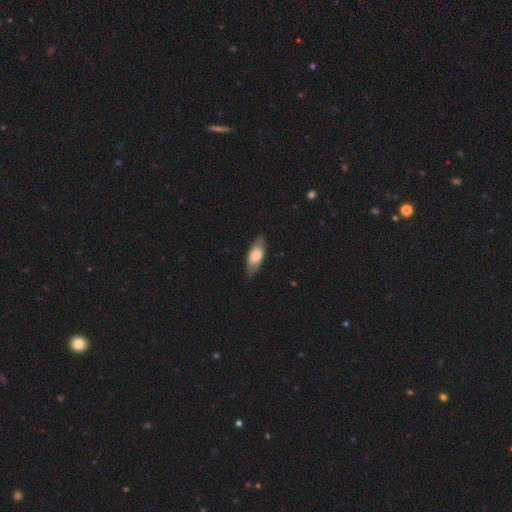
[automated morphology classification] This is likely a smooth galaxy (71%). How rounded: likely in between (78%). Merging: clearly none (84%).